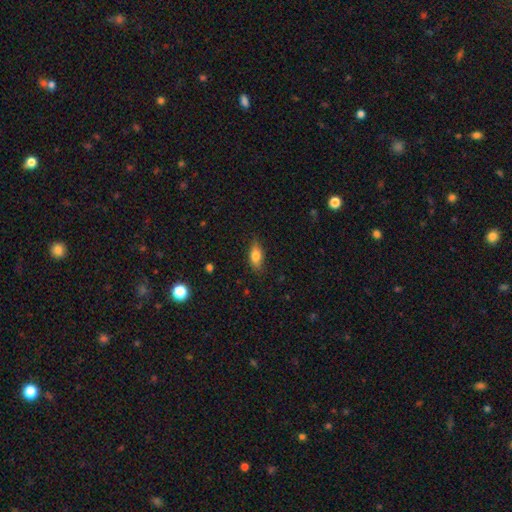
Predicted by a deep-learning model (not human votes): smooth_or_featured: smooth (p=0.77) [alt: featured or disk p=0.15]
how_rounded: in between (p=0.82) [alt: cigar-shaped p=0.13]
merging: none (p=0.82) [alt: minor disturbance p=0.14]